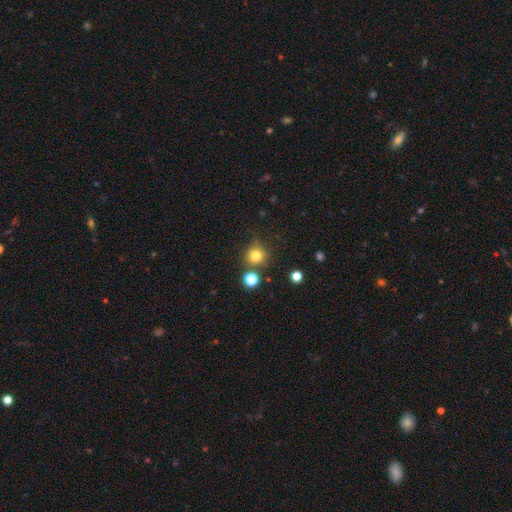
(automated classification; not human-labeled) Smooth or featured? smooth (79%)
How rounded? round (92%)
Merging? none (75%)